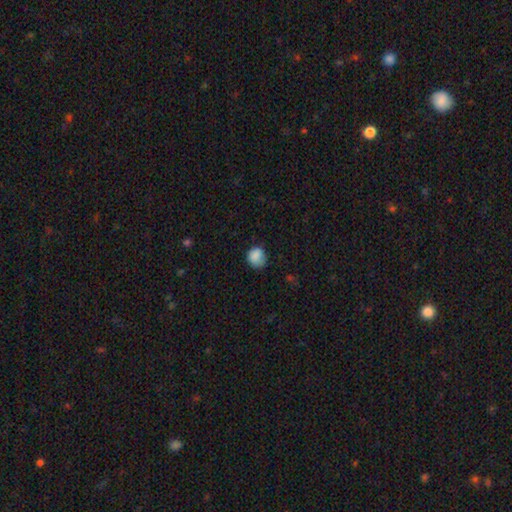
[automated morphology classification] smooth_or_featured: smooth (p=0.86) [alt: star or artifact p=0.09]
how_rounded: round (p=0.77) [alt: in between p=0.22]
merging: none (p=0.68) [alt: minor disturbance p=0.24]